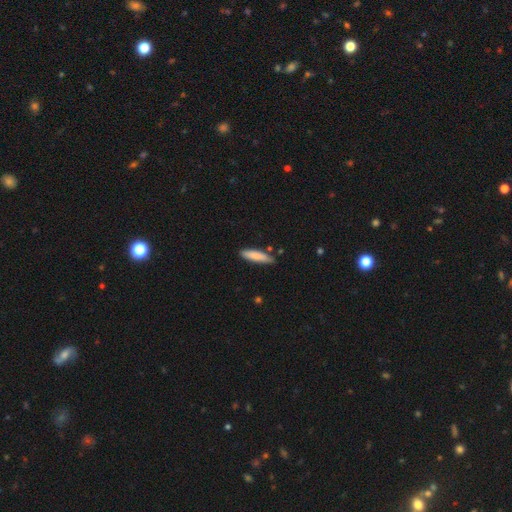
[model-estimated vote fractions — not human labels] smooth-or-featured: smooth: 83% | featured or disk: 11% | star or artifact: 6%
  how-rounded: cigar-shaped: 76% | in between: 23% | round: 1%
  merging: none: 78% | minor disturbance: 16% | merger: 3% | major disturbance: 2%